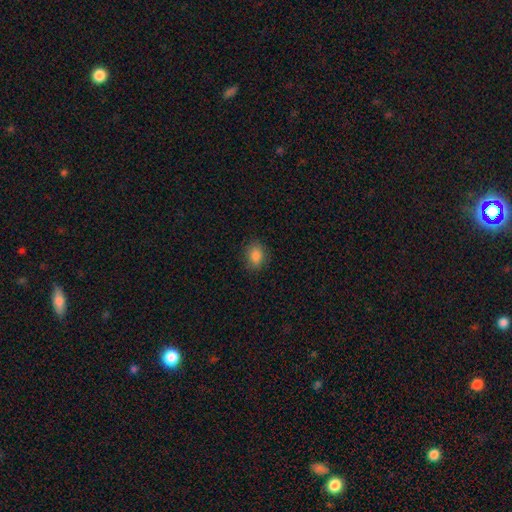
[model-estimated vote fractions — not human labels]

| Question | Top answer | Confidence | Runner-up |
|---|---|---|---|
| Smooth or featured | smooth | 85% | star or artifact (10%) |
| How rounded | in between | 65% | round (34%) |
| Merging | none | 86% | minor disturbance (11%) |